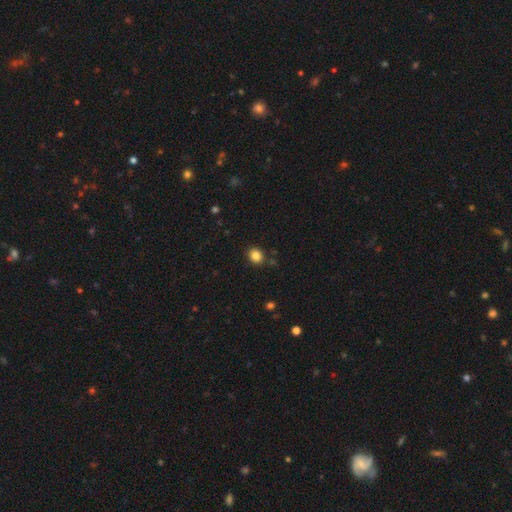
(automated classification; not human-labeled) Overall: smooth (85%). How rounded: round (64%; in between 35%). Merging: none (86%).